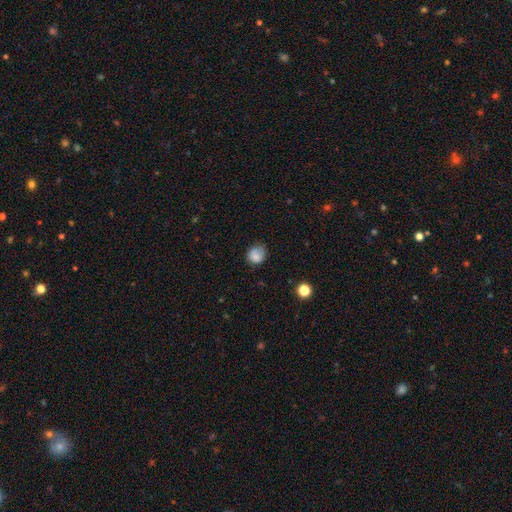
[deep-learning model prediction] smooth_or_featured: smooth (p=0.81) [alt: star or artifact p=0.10]
how_rounded: round (p=0.72) [alt: in between p=0.27]
merging: none (p=0.60) [alt: minor disturbance p=0.28]